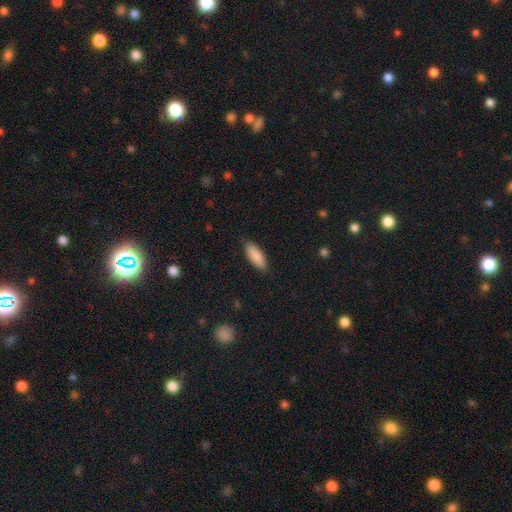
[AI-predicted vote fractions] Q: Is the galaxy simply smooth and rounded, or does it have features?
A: smooth — 88%.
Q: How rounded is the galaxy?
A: in between — 74%.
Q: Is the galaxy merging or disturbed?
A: none — 87%.